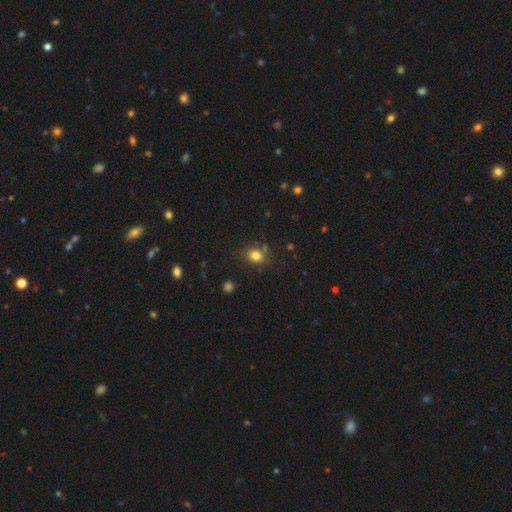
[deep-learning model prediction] smooth_or_featured: smooth (p=0.81) [alt: star or artifact p=0.13]
how_rounded: round (p=0.64) [alt: in between p=0.35]
merging: none (p=0.77) [alt: minor disturbance p=0.13]